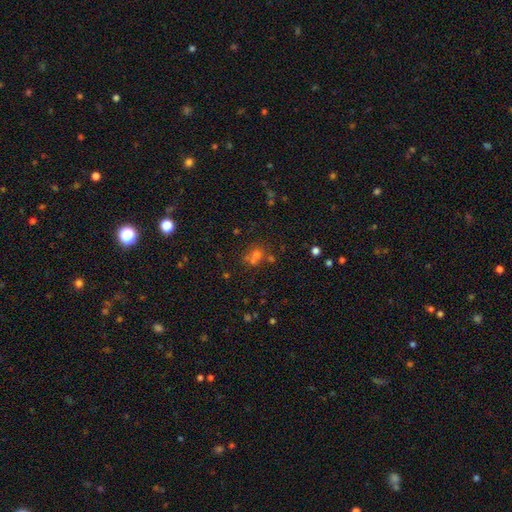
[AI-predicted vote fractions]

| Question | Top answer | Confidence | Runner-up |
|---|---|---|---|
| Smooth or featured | smooth | 49% | star or artifact (36%) |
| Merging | none | 52% | merger (33%) |